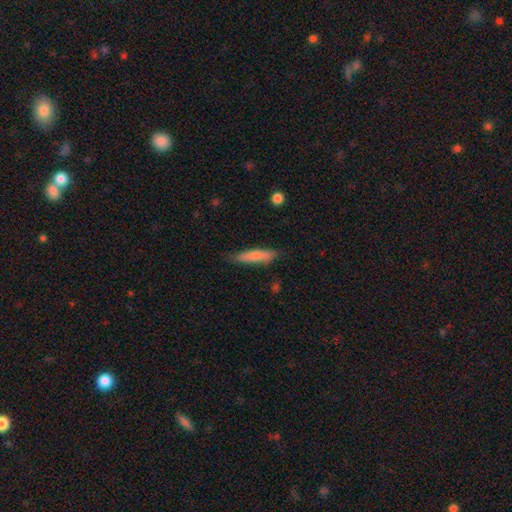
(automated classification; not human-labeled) This is likely a smooth galaxy (78%). How rounded: clearly cigar-shaped (83%). Merging: likely none (79%).